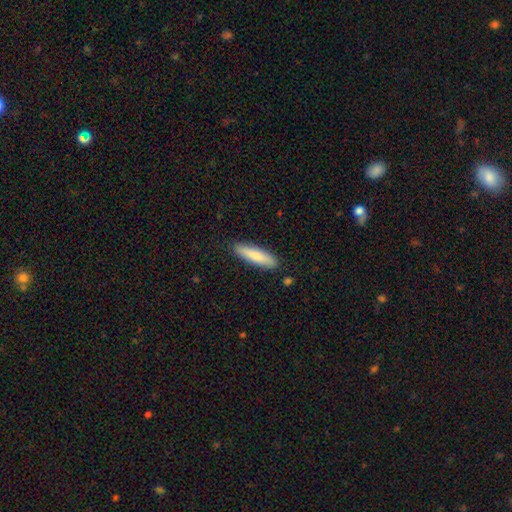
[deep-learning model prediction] smooth 81%, featured or disk 13%, star or artifact 5%. Down the decision tree: how rounded — cigar-shaped (78%); merging — none (88%).